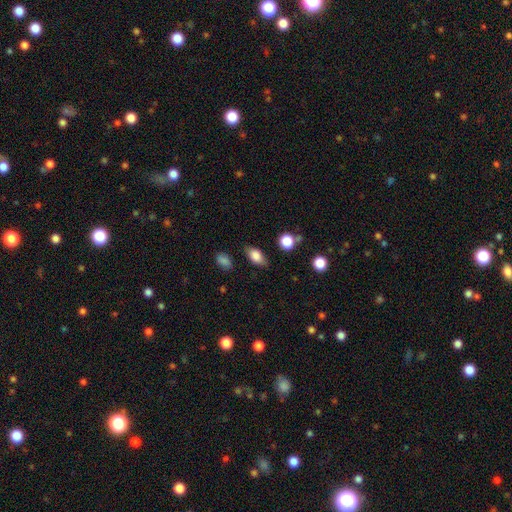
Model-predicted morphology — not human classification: This is clearly a smooth galaxy (80%). How rounded: clearly in between (83%). Merging: likely none (79%).